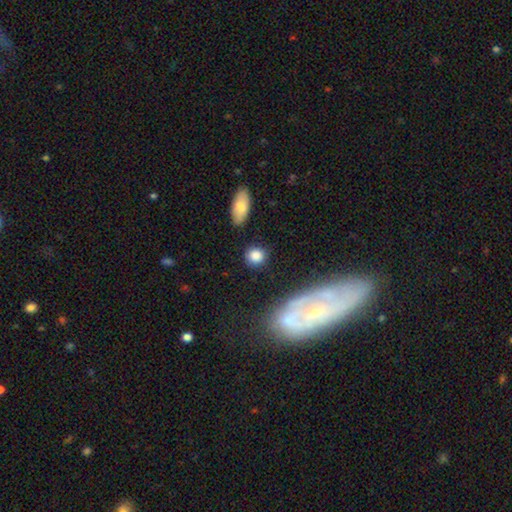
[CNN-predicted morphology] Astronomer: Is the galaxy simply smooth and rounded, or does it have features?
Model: smooth — 84%.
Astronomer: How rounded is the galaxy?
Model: round — 84%.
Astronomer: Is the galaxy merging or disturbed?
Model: none — 84%.